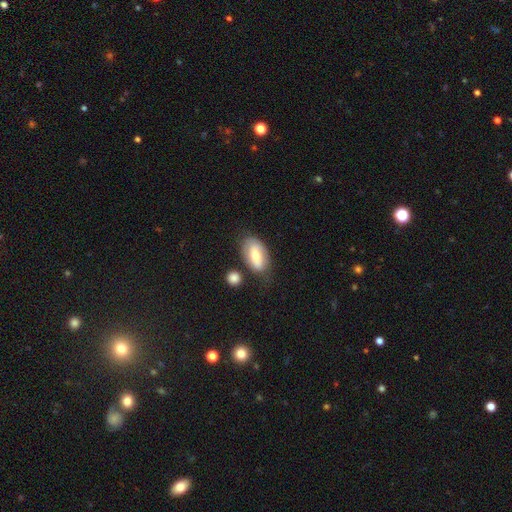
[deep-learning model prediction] Smooth or featured?
  - smooth: 59% *
  - featured or disk: 34%
  - star or artifact: 7%
How rounded?
  - in between: 91% *
  - round: 6%
  - cigar-shaped: 4%
Merging?
  - none: 65% *
  - minor disturbance: 20%
  - merger: 9%
  - major disturbance: 6%